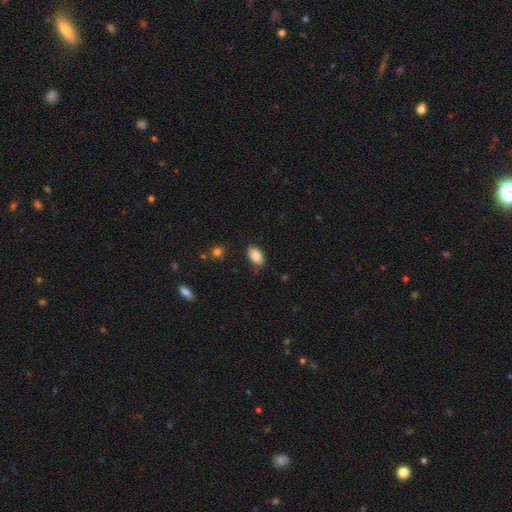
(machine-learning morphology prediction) smooth_or_featured: smooth (p=0.88) [alt: star or artifact p=0.07]
how_rounded: in between (p=0.91) [alt: round p=0.08]
merging: none (p=0.81) [alt: minor disturbance p=0.15]